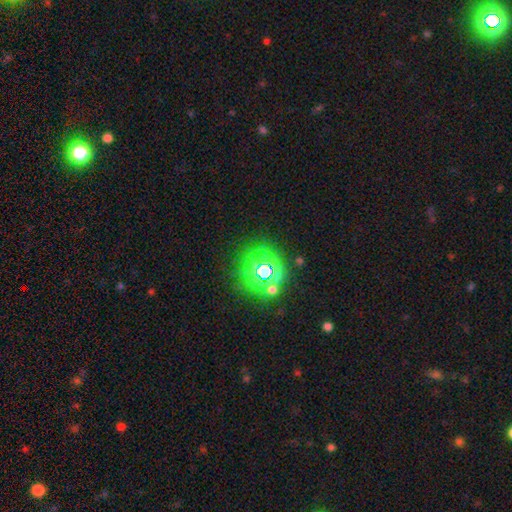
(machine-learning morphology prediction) This appears to be a star or artifact, not a galaxy (47%).